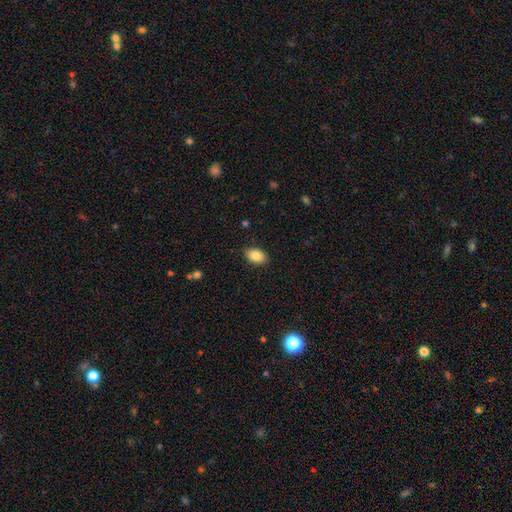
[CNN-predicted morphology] A smooth galaxy with no disk features (85%) that is in between round and cigar-shaped (88%). Merging: none (88%).